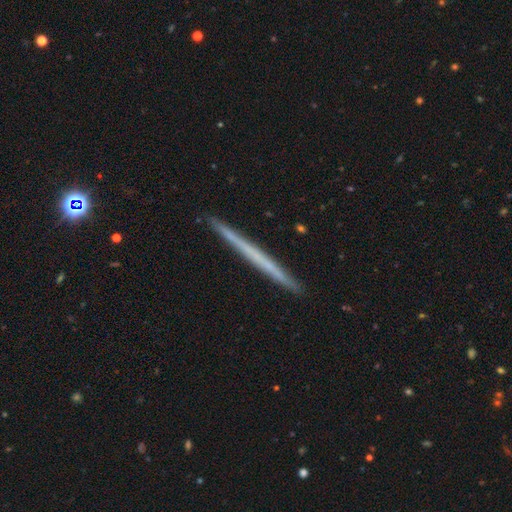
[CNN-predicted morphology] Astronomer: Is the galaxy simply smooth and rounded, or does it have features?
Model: featured or disk — 53% (runner-up: smooth, 42%).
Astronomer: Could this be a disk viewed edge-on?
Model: yes — 98%.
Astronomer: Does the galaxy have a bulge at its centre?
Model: none — 94%.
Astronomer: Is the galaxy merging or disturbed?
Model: none — 92%.